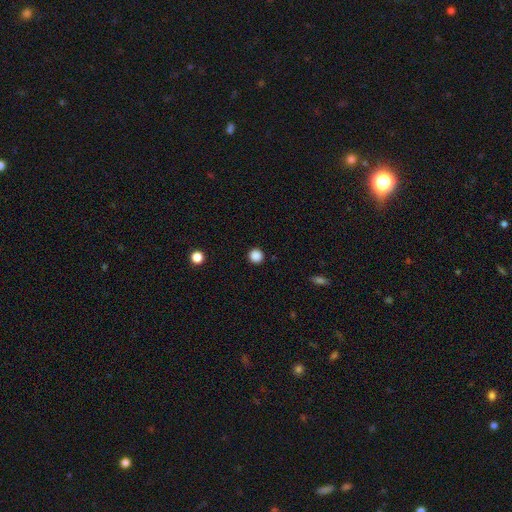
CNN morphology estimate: Smooth or featured? Predicted: smooth (p=0.87). How rounded? Predicted: round (p=0.95). Merging? Predicted: none (p=0.92).